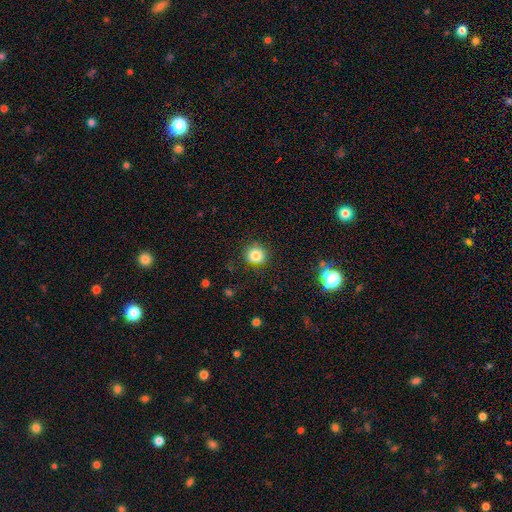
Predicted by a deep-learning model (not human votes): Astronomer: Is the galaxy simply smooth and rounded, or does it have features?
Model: smooth — 82%.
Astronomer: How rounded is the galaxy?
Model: round — 92%.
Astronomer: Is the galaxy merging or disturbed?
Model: none — 87%.